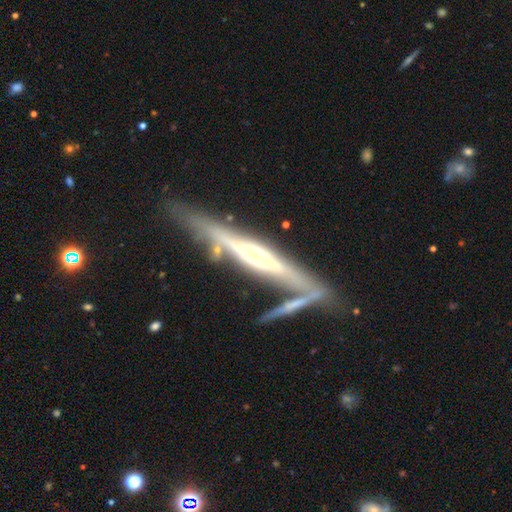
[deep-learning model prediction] smooth-or-featured: featured or disk: 81% | smooth: 13% | star or artifact: 6%
  disk-edge-on: yes: 90% | no: 10%
    edge-on-bulge: rounded: 71% | none: 15% | boxy: 14%
  merging: none: 59% | merger: 17% | minor disturbance: 17% | major disturbance: 7%